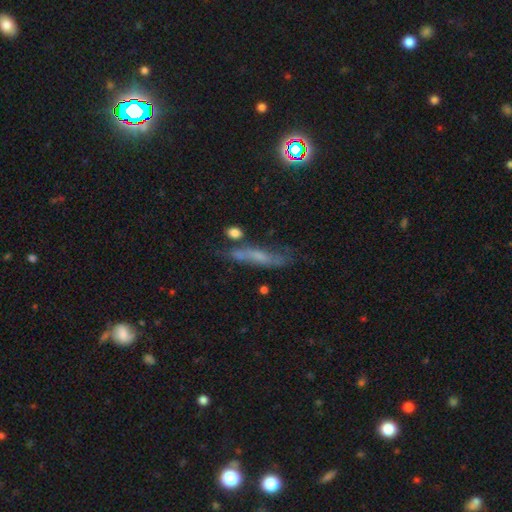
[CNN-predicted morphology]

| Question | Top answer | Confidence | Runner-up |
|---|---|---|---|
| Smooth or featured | featured or disk | 44% | smooth (35%) |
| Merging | none | 58% | minor disturbance (22%) |